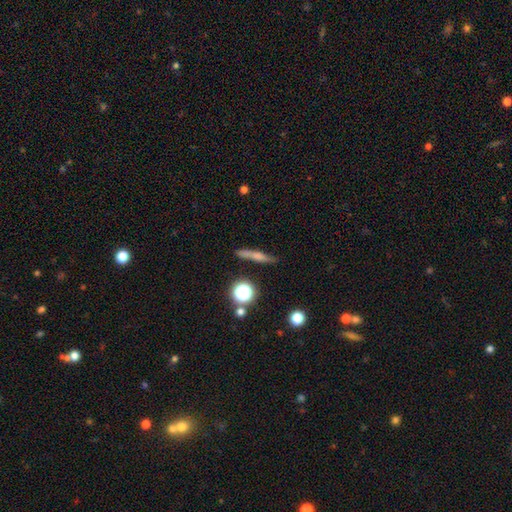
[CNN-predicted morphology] The model was most divided on "smooth or featured": smooth: 54%, featured or disk: 34%, star or artifact: 12%. More confident: merging — none (80%); how rounded — cigar-shaped (78%).